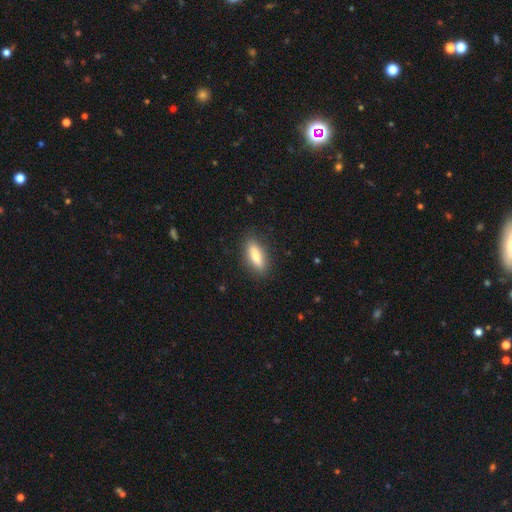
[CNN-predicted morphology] This appears to be a smooth galaxy with no disk features (79%) that is in between round and cigar-shaped (52%). Merging: none (86%).